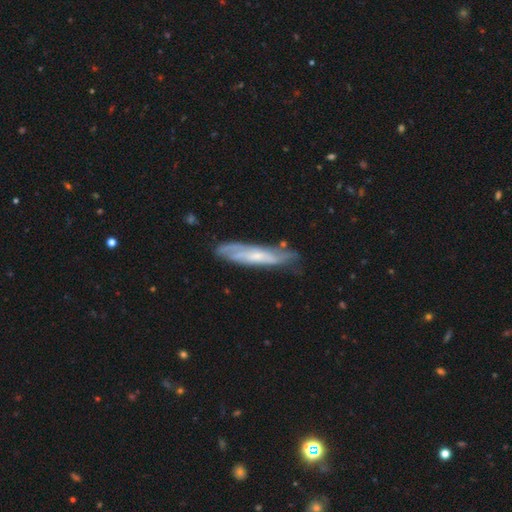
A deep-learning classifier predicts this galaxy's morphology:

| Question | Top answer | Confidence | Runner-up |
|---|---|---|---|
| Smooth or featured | featured or disk | 68% | smooth (26%) |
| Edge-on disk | no | 52% | yes (48%) |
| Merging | none | 70% | minor disturbance (22%) |